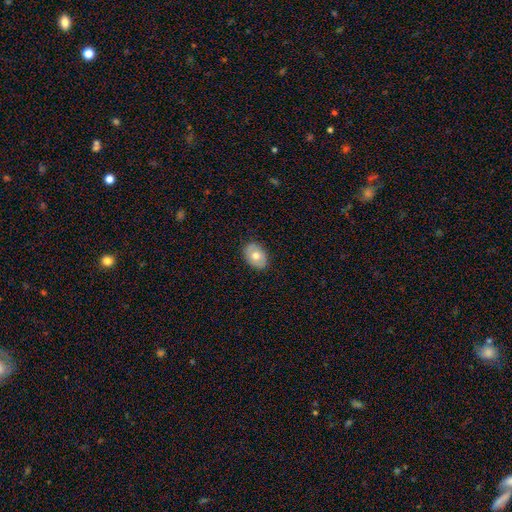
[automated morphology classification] A smooth galaxy with no disk features (68%) that is in between round and cigar-shaped (79%). Merging: none (86%).